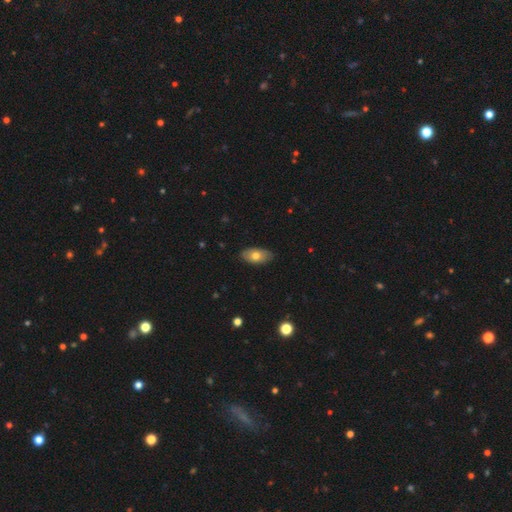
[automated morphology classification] smooth_or_featured: smooth (p=0.69) [alt: featured or disk p=0.23]
how_rounded: in between (p=0.91) [alt: round p=0.05]
merging: none (p=0.84) [alt: minor disturbance p=0.13]